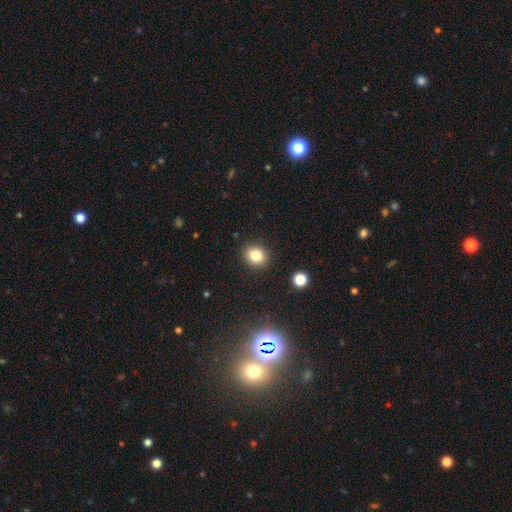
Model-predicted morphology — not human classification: This is clearly a smooth galaxy (82%). How rounded: likely round (70%). Merging: clearly none (89%).